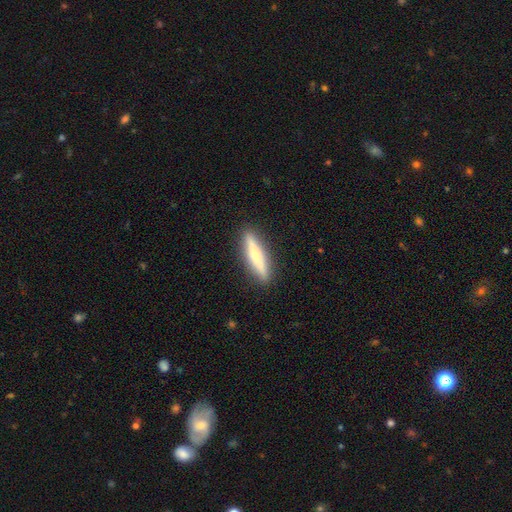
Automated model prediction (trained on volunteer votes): Smooth or featured? Predicted: smooth (p=0.49). Merging? Predicted: none (p=0.91).